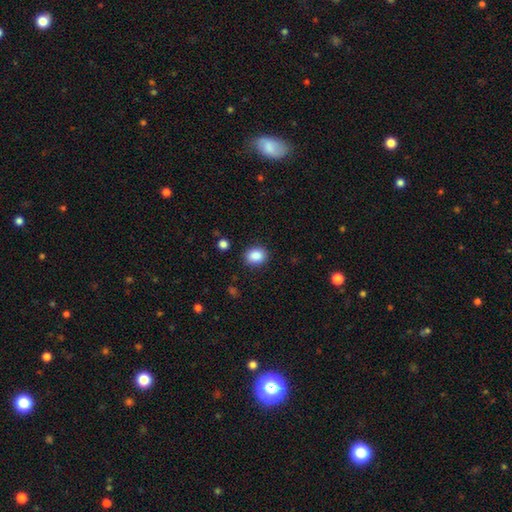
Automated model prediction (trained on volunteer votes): Smooth or featured? Predicted: smooth (p=0.87). How rounded? Predicted: round (p=0.54). Merging? Predicted: none (p=0.87).